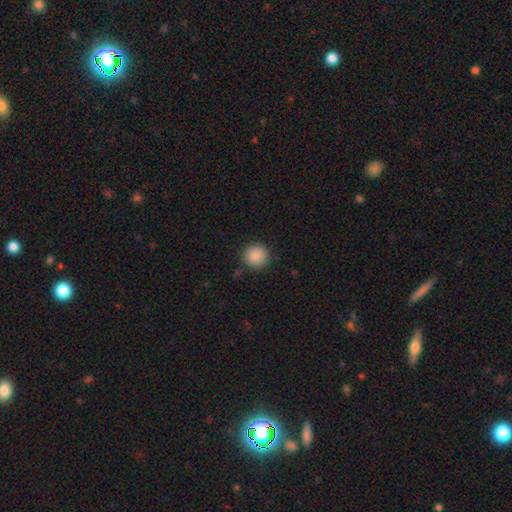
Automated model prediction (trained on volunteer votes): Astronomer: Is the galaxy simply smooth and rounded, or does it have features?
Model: smooth — 88%.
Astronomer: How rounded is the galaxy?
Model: round — 93%.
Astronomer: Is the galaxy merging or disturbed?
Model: none — 88%.